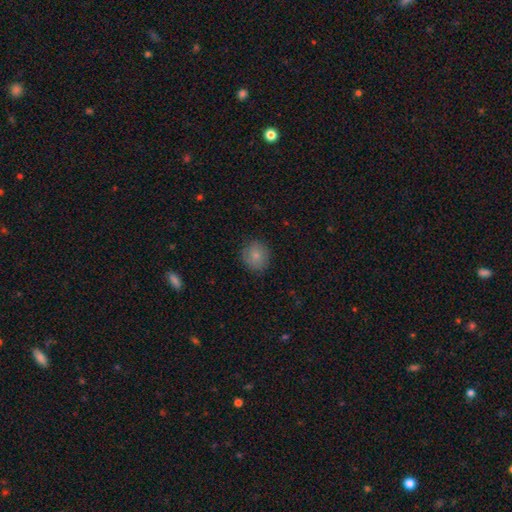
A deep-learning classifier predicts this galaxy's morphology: Smooth or featured? Predicted: smooth (p=0.82). How rounded? Predicted: round (p=0.82). Merging? Predicted: none (p=0.83).